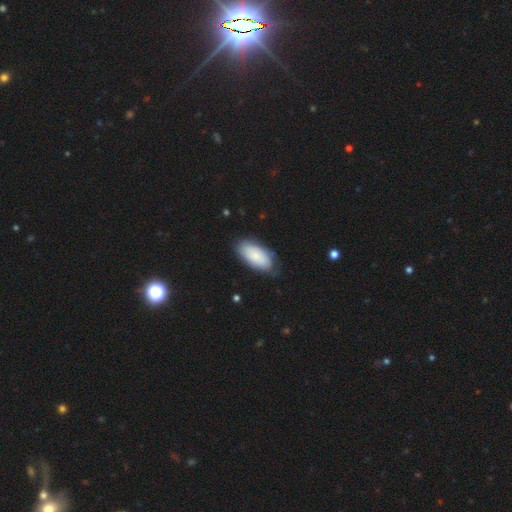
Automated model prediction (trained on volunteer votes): This appears to be a smooth galaxy with no disk features (75%) that is in between round and cigar-shaped (93%). Merging: none (71%).